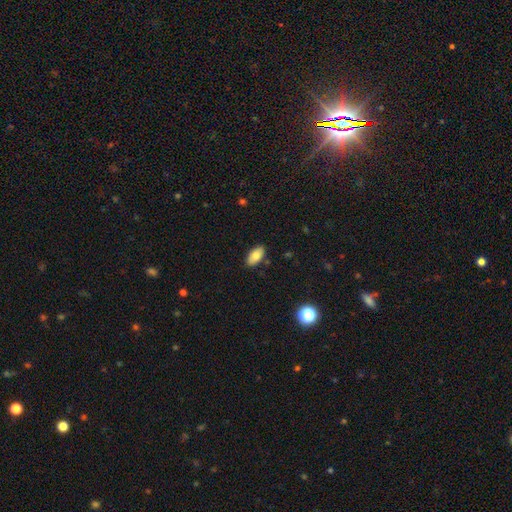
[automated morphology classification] type=smooth (78%); roundness=in between (93%); merging=none (87%).